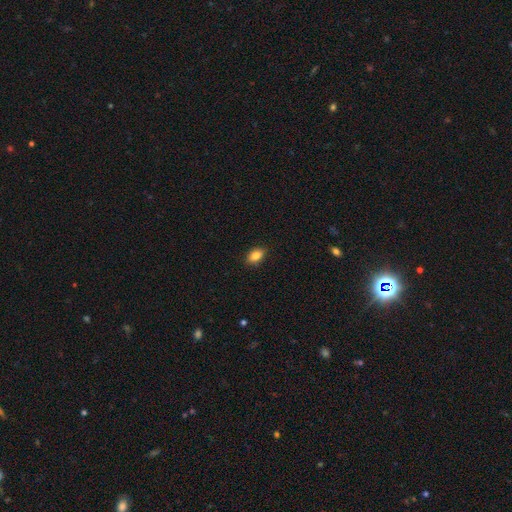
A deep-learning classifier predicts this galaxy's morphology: This is clearly a smooth galaxy (86%). How rounded: clearly in between (87%). Merging: clearly none (88%).